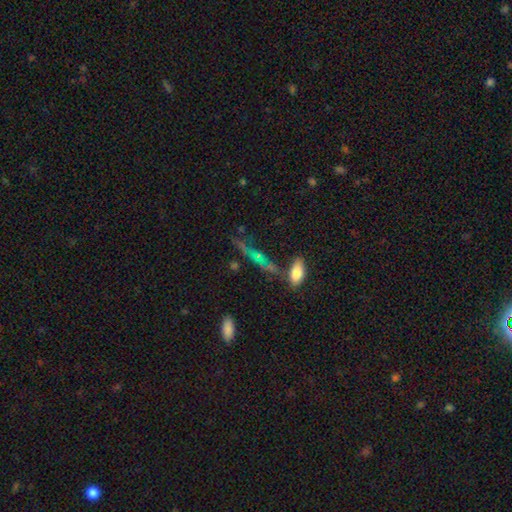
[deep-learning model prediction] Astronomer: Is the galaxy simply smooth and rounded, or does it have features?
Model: featured or disk — 48% (runner-up: smooth, 28%).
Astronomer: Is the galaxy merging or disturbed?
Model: none — 62%.